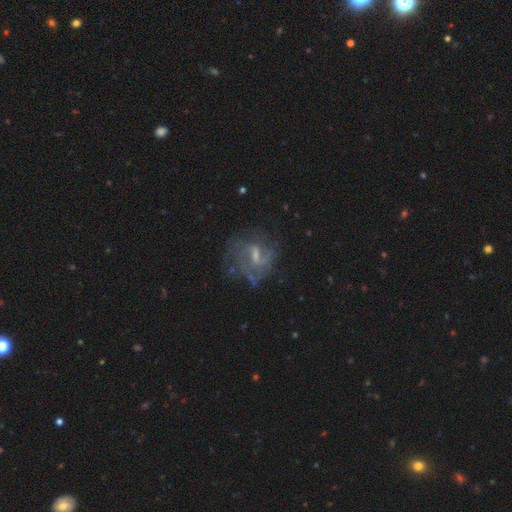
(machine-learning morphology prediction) Smooth or featured? Predicted: featured or disk (p=0.71). Edge-on disk? Predicted: no (p=0.96). Bar? Predicted: weak (p=0.56). Spiral arms? Predicted: yes (p=0.72). Bulge size? Predicted: small (p=0.42). Merging? Predicted: none (p=0.55).